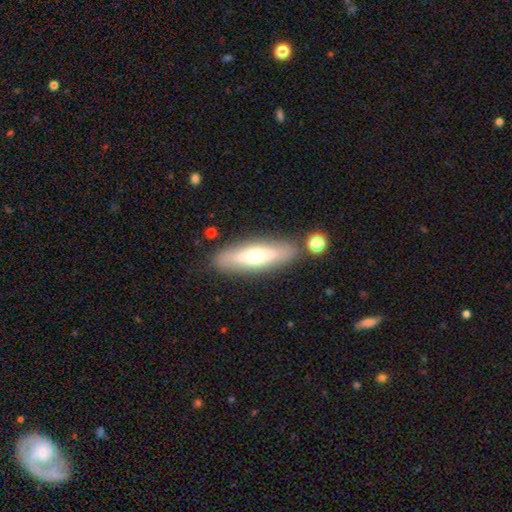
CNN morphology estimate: A smooth galaxy with no disk features (50%). Merging: none (81%).